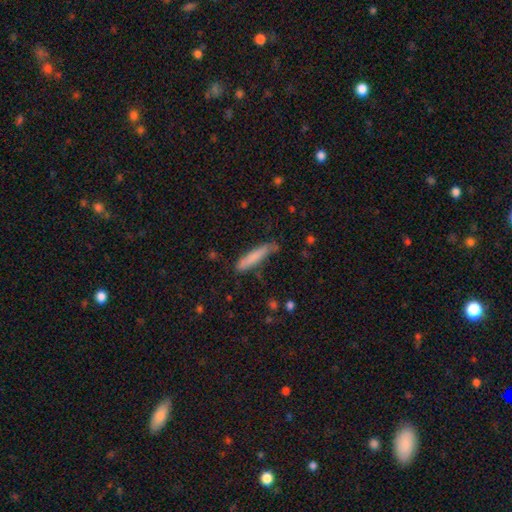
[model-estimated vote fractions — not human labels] Smooth or featured: smooth — 78% (featured or disk — 15%)
How rounded: cigar-shaped — 88% (in between — 11%)
Merging: none — 71% (minor disturbance — 22%)